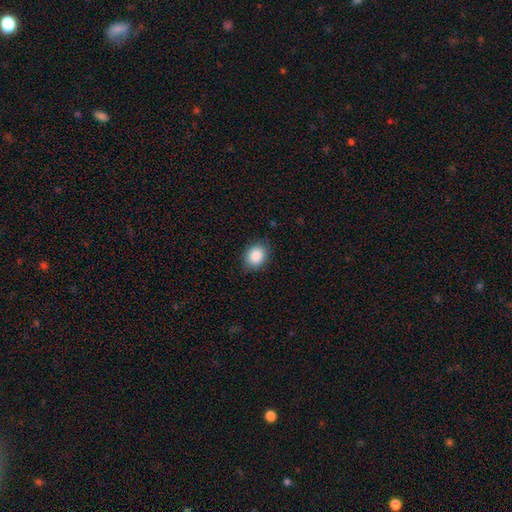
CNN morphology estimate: Smooth or featured?
  - smooth: 88% *
  - star or artifact: 8%
  - featured or disk: 4%
How rounded?
  - in between: 51% *
  - round: 48%
  - cigar-shaped: 1%
Merging?
  - none: 84% *
  - minor disturbance: 12%
  - major disturbance: 3%
  - merger: 1%